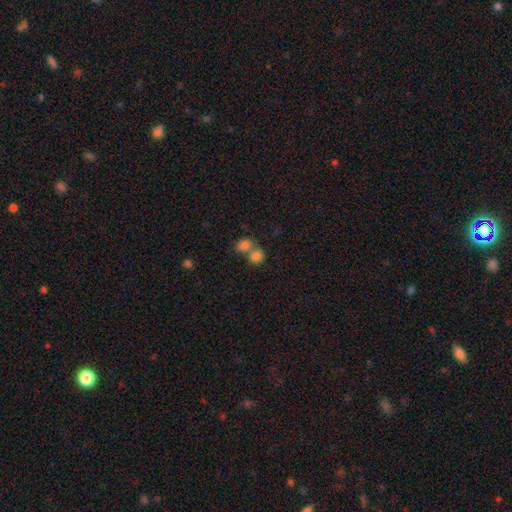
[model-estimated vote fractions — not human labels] A smooth galaxy with no disk features (81%) that is round (68%). Merging: merger (57%).